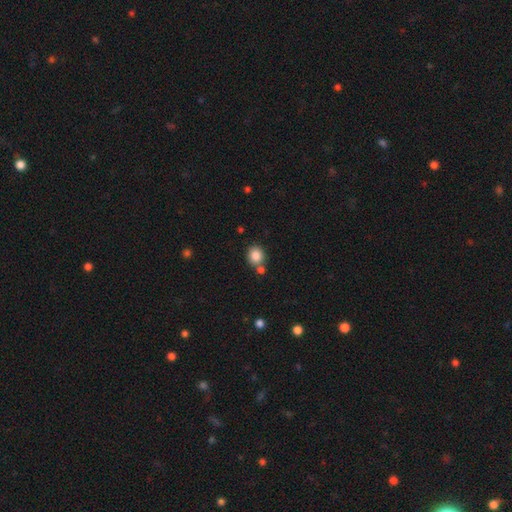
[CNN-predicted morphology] smooth 85%, star or artifact 9%, featured or disk 6%. Down the decision tree: how rounded — round (78%); merging — none (67%).